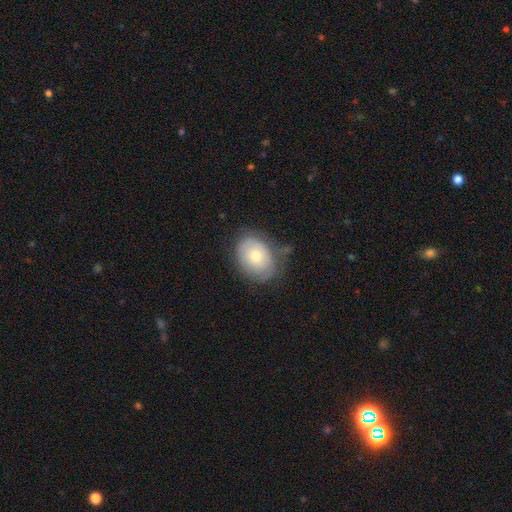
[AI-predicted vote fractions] Overall: smooth (62%; featured or disk 31%). How rounded: in between (56%; round 44%). Merging: none (59%; minor disturbance 28%).